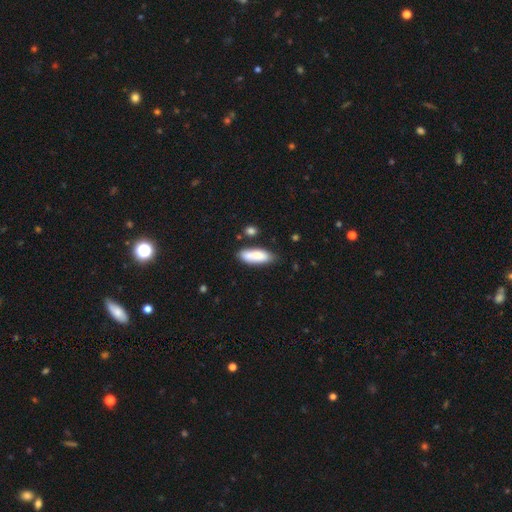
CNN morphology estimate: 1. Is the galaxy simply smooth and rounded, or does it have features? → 80% smooth, 14% featured or disk, 6% star or artifact.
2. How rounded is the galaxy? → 64% in between, 34% cigar-shaped, 2% round.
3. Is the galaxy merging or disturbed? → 67% none, 20% minor disturbance, 9% merger, 4% major disturbance.